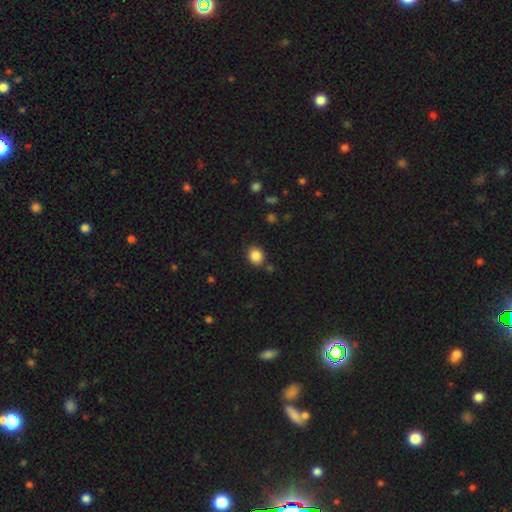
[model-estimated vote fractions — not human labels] smooth 86%, star or artifact 9%, featured or disk 4%. Down the decision tree: how rounded — round (68%); merging — none (84%).